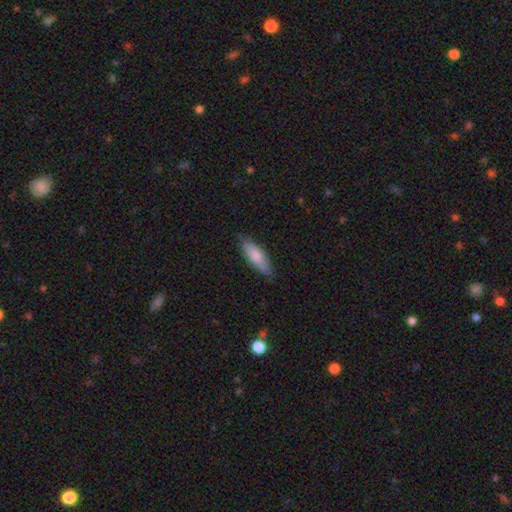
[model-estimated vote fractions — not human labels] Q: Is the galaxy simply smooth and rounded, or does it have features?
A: smooth — 77%.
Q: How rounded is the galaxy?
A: in between — 59%.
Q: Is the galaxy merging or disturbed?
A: none — 78%.